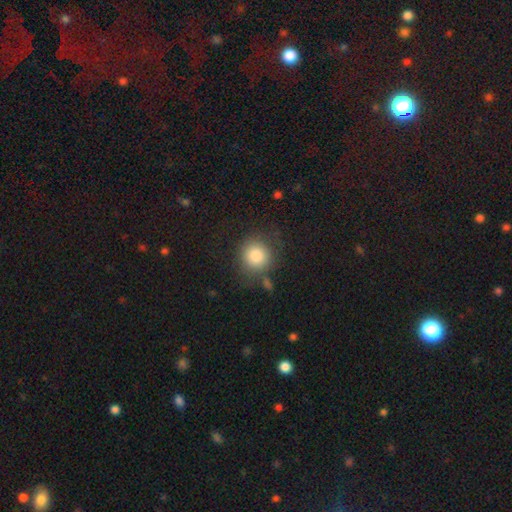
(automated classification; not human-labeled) smooth_or_featured: smooth (p=0.84) [alt: star or artifact p=0.09]
how_rounded: round (p=0.91) [alt: in between p=0.08]
merging: none (p=0.74) [alt: minor disturbance p=0.14]